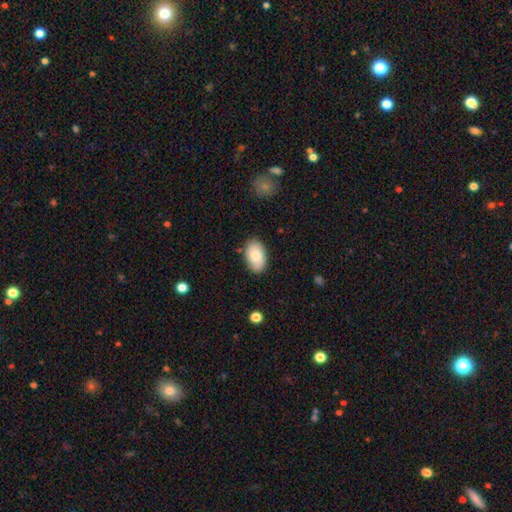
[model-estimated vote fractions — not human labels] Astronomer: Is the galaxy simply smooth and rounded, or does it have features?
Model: smooth — 79%.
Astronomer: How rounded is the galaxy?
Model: in between — 92%.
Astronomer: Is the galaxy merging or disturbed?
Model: none — 83%.